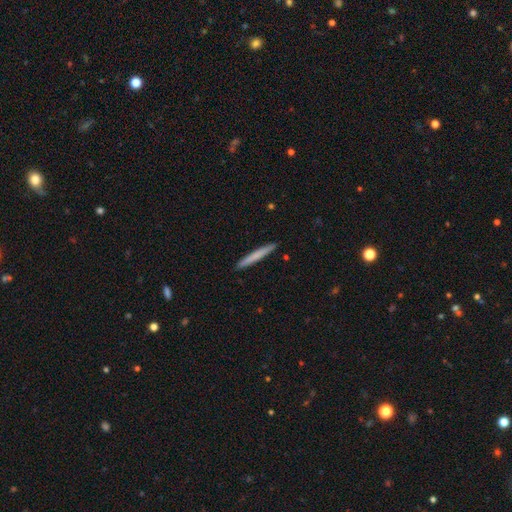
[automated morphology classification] type=smooth (70%); roundness=cigar-shaped (97%); merging=none (92%).